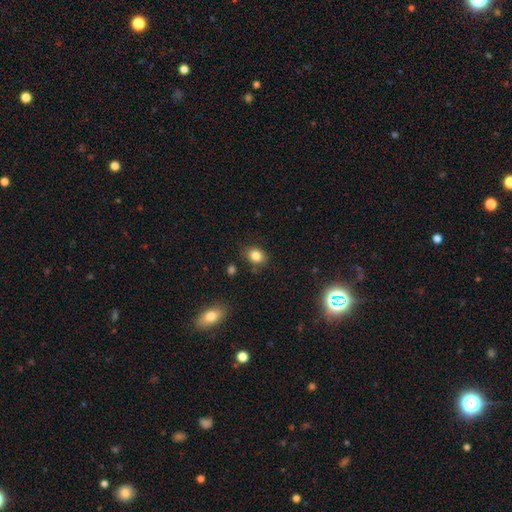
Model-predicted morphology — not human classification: Smooth or featured? smooth (83%)
How rounded? in between (60%)
Merging? none (82%)